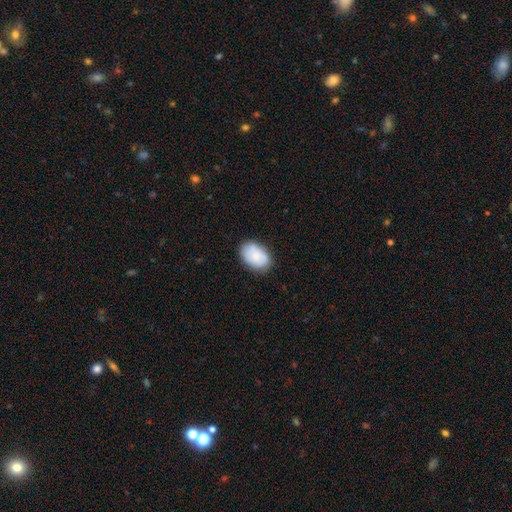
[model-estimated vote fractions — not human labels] Smooth or featured? smooth (79%)
How rounded? in between (86%)
Merging? none (78%)